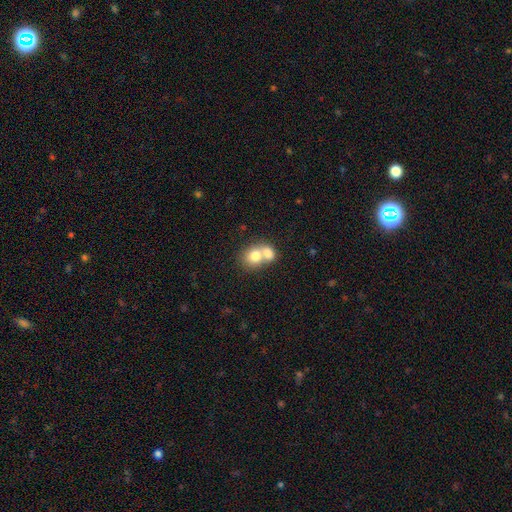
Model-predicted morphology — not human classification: A smooth galaxy with no disk features (75%) that is round (62%).

Vote fractions:
- Smooth or featured? smooth: 75% / featured or disk: 17% / star or artifact: 9%
- How rounded? round: 62% / in between: 37% / cigar-shaped: 1%
- Merging? merger: 69% / none: 23% / minor disturbance: 5% / major disturbance: 3%